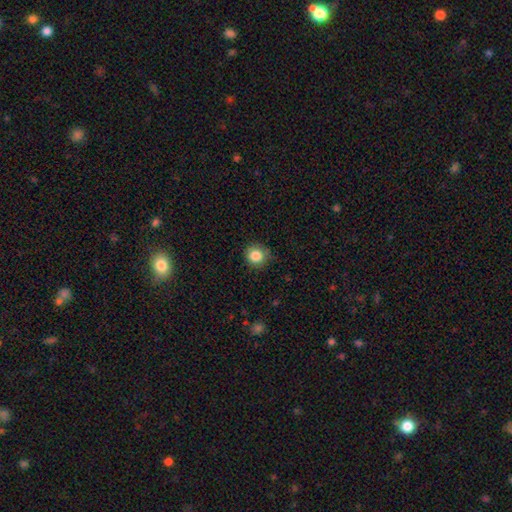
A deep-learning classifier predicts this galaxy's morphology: Smooth or featured? Predicted: smooth (p=0.84). How rounded? Predicted: round (p=0.92). Merging? Predicted: none (p=0.82).